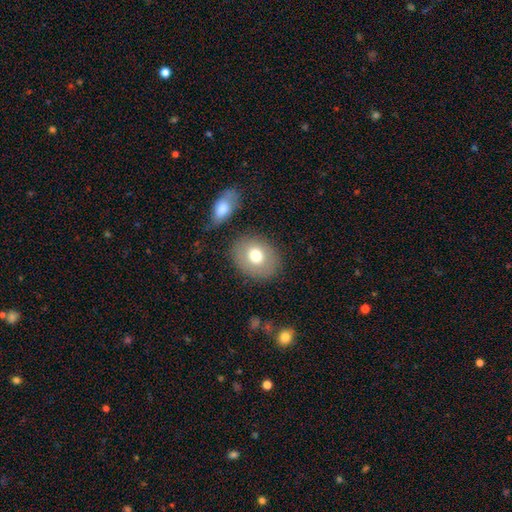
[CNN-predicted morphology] Smooth or featured? Predicted: smooth (p=0.73). How rounded? Predicted: round (p=0.50). Merging? Predicted: none (p=0.80).